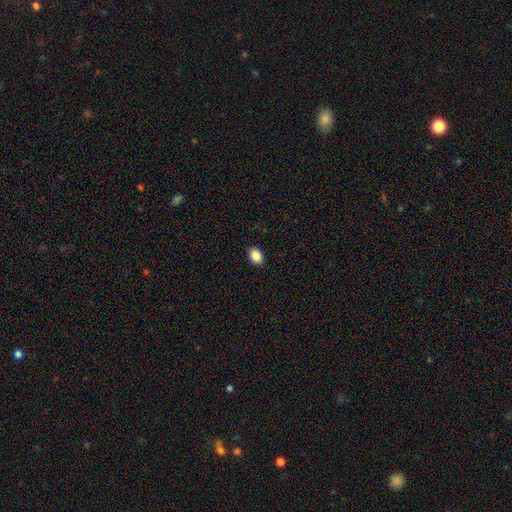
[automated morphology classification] smooth 87%, star or artifact 9%, featured or disk 4%. Down the decision tree: how rounded — in between (74%); merging — none (90%).